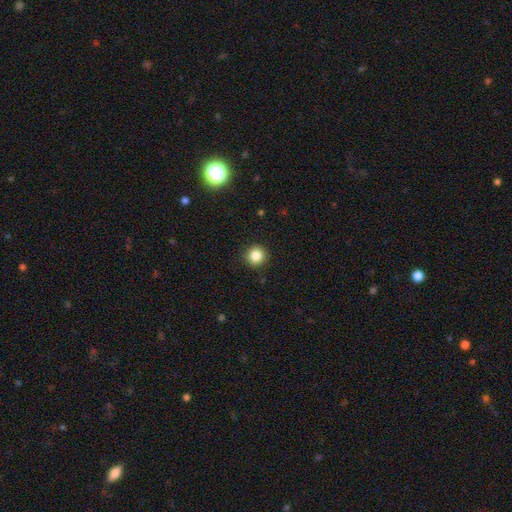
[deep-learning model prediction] The model was most divided on "smooth or featured": smooth: 84%, star or artifact: 11%, featured or disk: 5%. More confident: how rounded — round (92%); merging — none (90%).